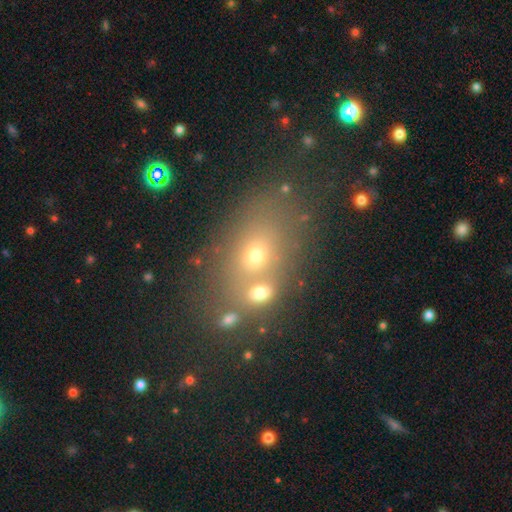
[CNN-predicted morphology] smooth 53%, star or artifact 27%, featured or disk 20%. Down the decision tree: how rounded — in between (63%); merging — none (60%).